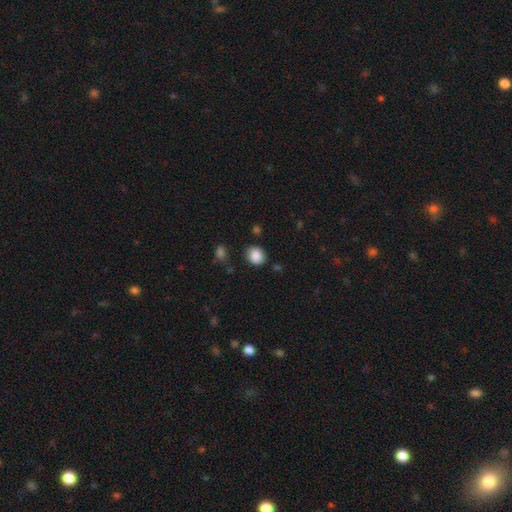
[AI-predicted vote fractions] A smooth galaxy with no disk features (85%) that is round (64%).

Vote fractions:
- Smooth or featured? smooth: 85% / star or artifact: 9% / featured or disk: 6%
- How rounded? round: 64% / in between: 35% / cigar-shaped: 1%
- Merging? none: 79% / minor disturbance: 15% / major disturbance: 4% / merger: 2%